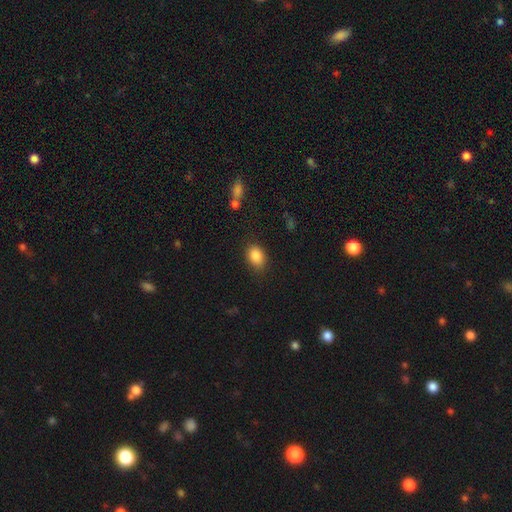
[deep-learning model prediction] smooth-or-featured: smooth: 86% | star or artifact: 9% | featured or disk: 5%
  how-rounded: in between: 75% | round: 23% | cigar-shaped: 1%
  merging: none: 81% | minor disturbance: 14% | major disturbance: 3% | merger: 2%